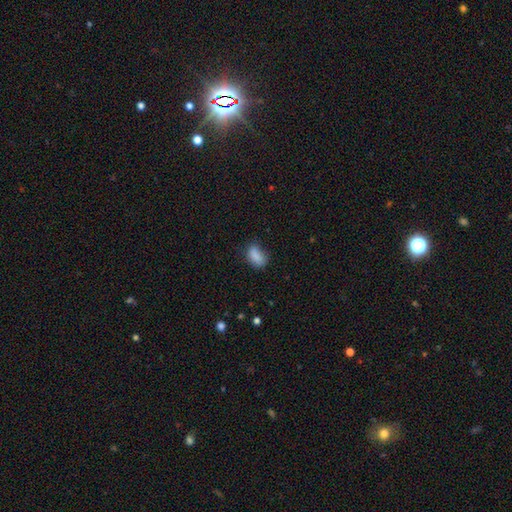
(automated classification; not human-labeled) Smooth or featured: smooth — 85% (star or artifact — 9%)
How rounded: in between — 86% (round — 9%)
Merging: none — 63% (minor disturbance — 27%)